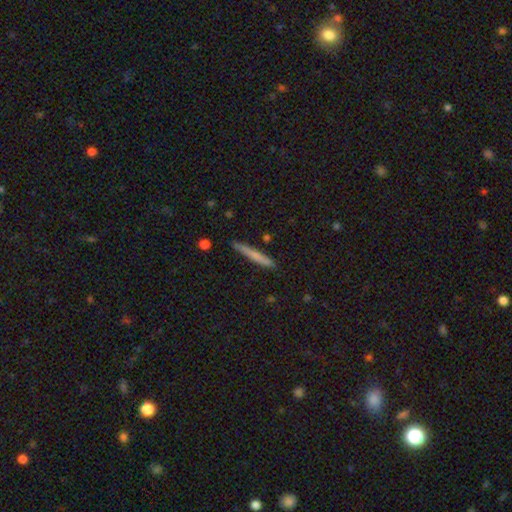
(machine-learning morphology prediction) smooth-or-featured: smooth: 69% | featured or disk: 25% | star or artifact: 6%
  how-rounded: cigar-shaped: 96% | in between: 3% | round: 1%
  merging: none: 86% | minor disturbance: 10% | merger: 2% | major disturbance: 2%